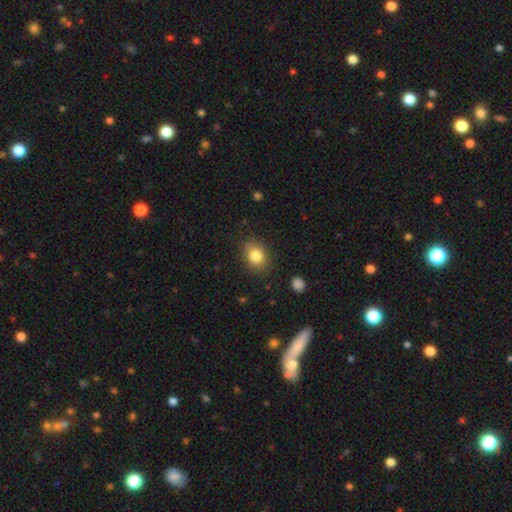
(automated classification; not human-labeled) Smooth or featured? Predicted: smooth (p=0.82). How rounded? Predicted: in between (p=0.53). Merging? Predicted: none (p=0.83).